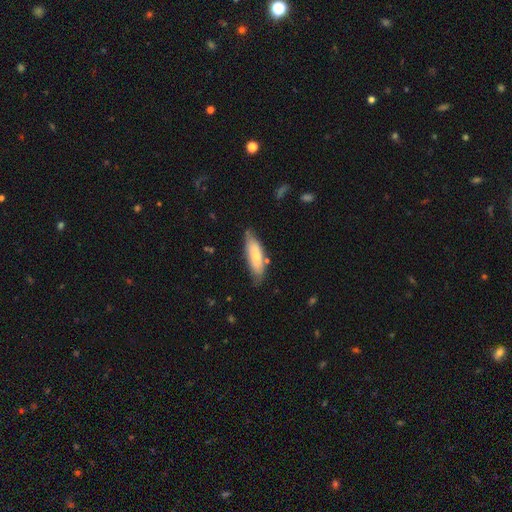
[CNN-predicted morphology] A smooth galaxy with no disk features (72%) that is in between round and cigar-shaped (51%). Merging: none (72%).